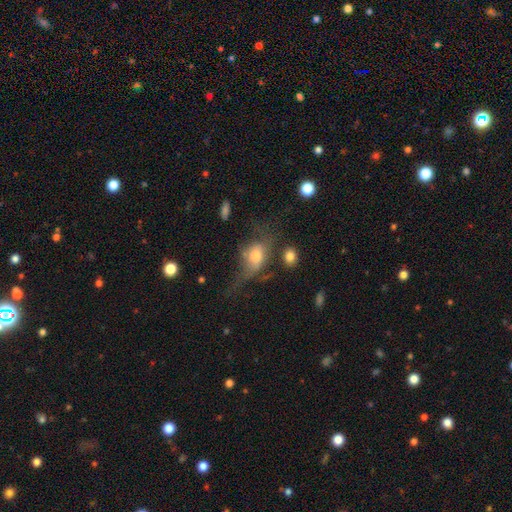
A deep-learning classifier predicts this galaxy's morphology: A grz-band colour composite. It shows a smooth galaxy with no disk features (55%) that is in between round and cigar-shaped (74%). Merging: major disturbance (43%).